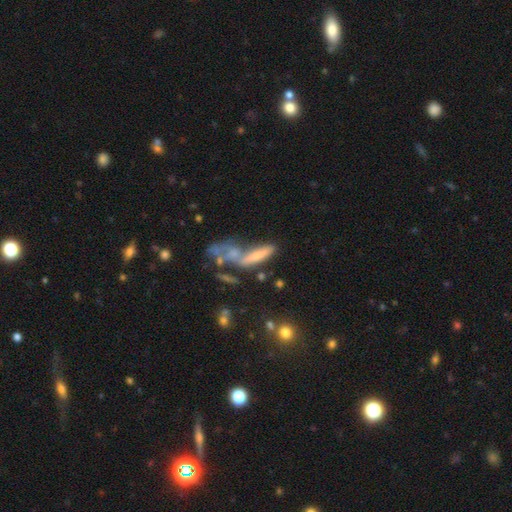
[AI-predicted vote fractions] smooth-or-featured: smooth: 56% | featured or disk: 32% | star or artifact: 12%
  how-rounded: cigar-shaped: 64% | in between: 32% | round: 4%
  merging: merger: 40% | none: 30% | major disturbance: 15% | minor disturbance: 14%